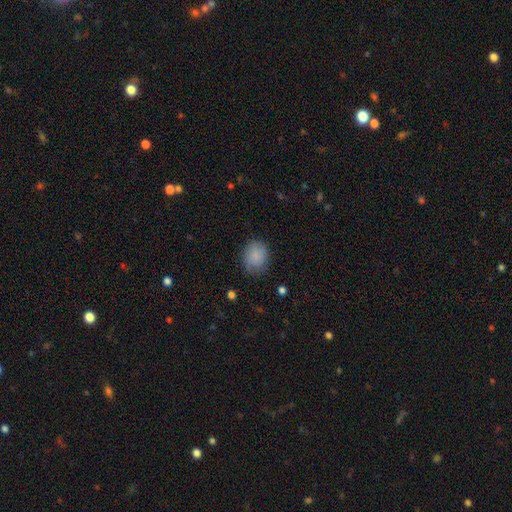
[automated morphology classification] Smooth or featured: smooth — 82% (featured or disk — 11%)
How rounded: in between — 53% (round — 46%)
Merging: none — 74% (minor disturbance — 20%)